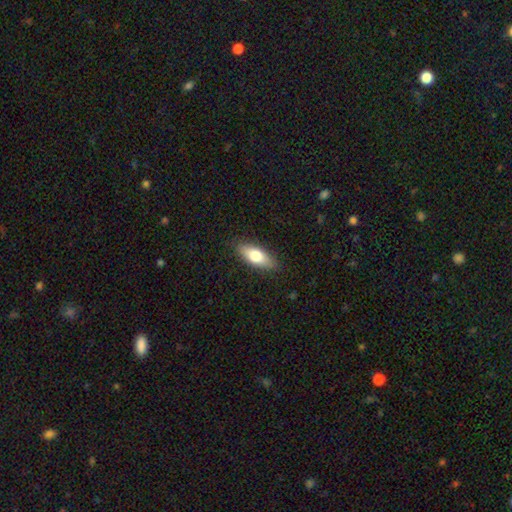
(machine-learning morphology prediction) Smooth or featured? Predicted: smooth (p=0.70). How rounded? Predicted: in between (p=0.72). Merging? Predicted: none (p=0.86).